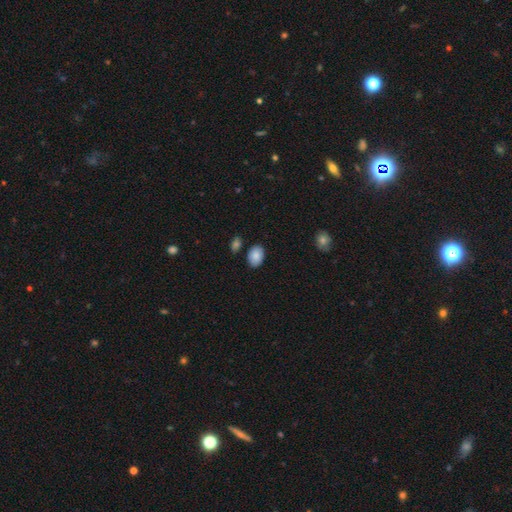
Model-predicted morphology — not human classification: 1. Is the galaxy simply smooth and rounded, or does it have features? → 86% smooth, 7% star or artifact, 6% featured or disk.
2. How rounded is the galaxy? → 83% in between, 16% round, 1% cigar-shaped.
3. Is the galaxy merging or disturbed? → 81% none, 12% minor disturbance, 5% merger, 3% major disturbance.